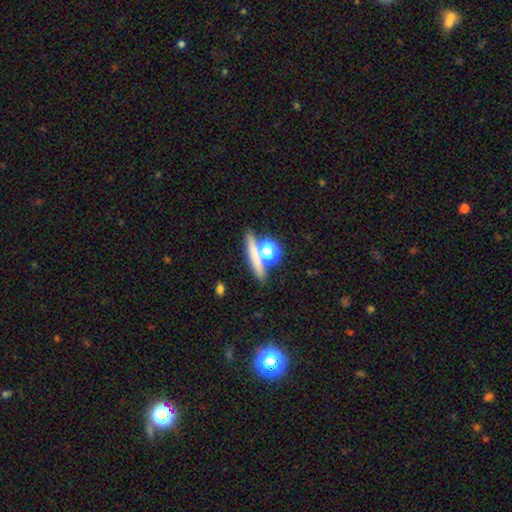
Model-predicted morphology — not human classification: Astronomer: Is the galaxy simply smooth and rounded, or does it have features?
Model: smooth — 59%.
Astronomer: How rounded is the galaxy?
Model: cigar-shaped — 54% (runner-up: round, 32%).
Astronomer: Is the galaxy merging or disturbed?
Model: none — 65%.